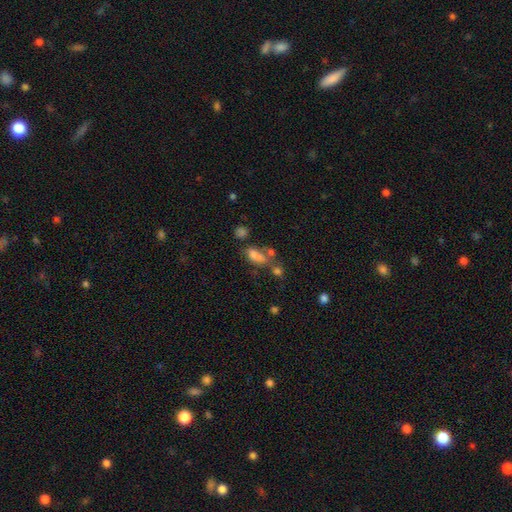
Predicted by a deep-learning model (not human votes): smooth_or_featured: smooth (p=0.67) [alt: featured or disk p=0.17]
how_rounded: in between (p=0.75) [alt: cigar-shaped p=0.13]
merging: merger (p=0.37) [alt: none p=0.32]